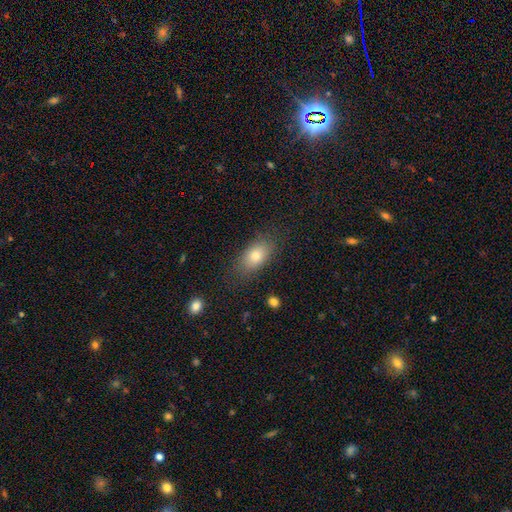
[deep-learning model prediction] smooth-or-featured: smooth: 77% | featured or disk: 14% | star or artifact: 9%
  how-rounded: in between: 86% | round: 9% | cigar-shaped: 5%
  merging: none: 81% | minor disturbance: 13% | major disturbance: 4% | merger: 1%